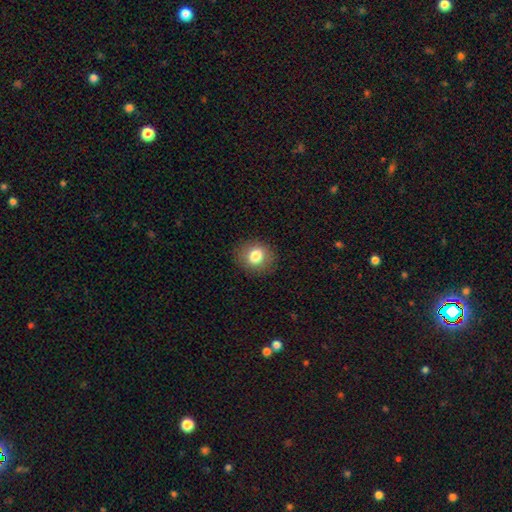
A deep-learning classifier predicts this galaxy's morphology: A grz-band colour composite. It shows a smooth galaxy with no disk features (81%) that is round (70%). Merging: none (87%).